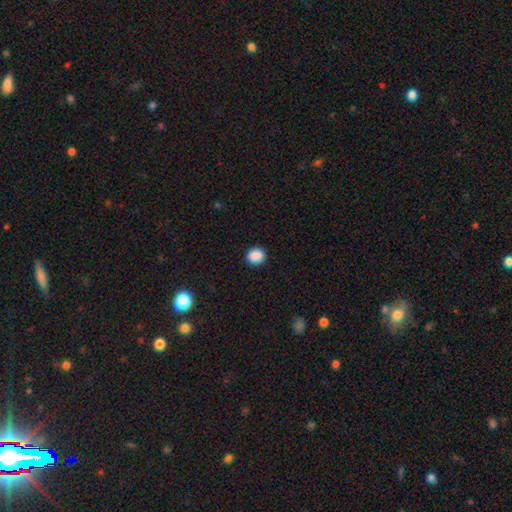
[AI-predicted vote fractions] Overall: smooth (88%). How rounded: round (77%). Merging: none (90%).